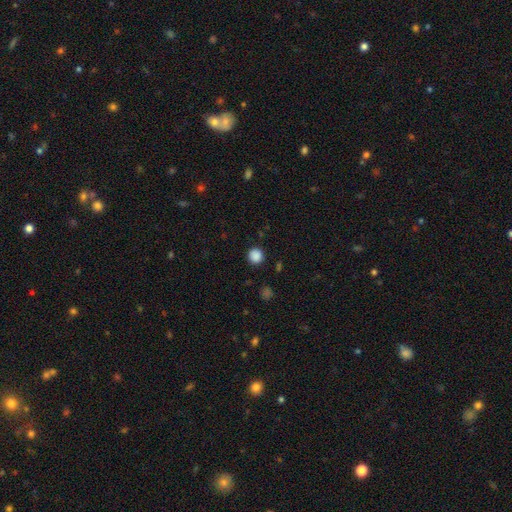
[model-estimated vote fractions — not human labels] Smooth or featured? smooth (87%)
How rounded? round (91%)
Merging? none (89%)